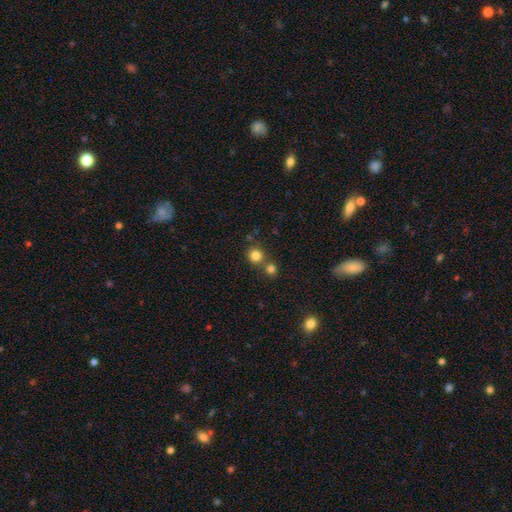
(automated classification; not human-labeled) Smooth or featured: smooth — 81% (star or artifact — 13%)
How rounded: round — 90% (in between — 9%)
Merging: none — 63% (merger — 28%)